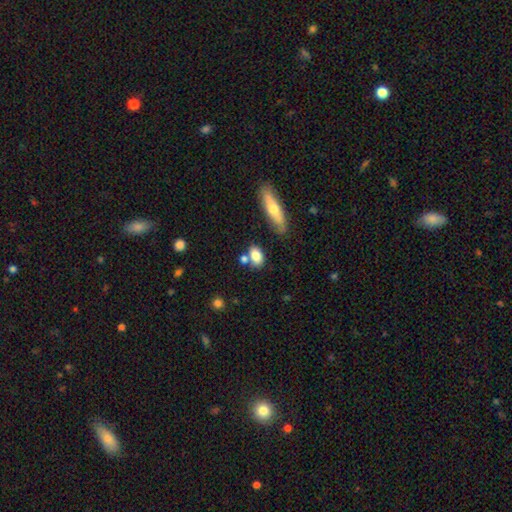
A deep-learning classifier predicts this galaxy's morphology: This is clearly a smooth galaxy (81%). How rounded: likely in between (79%). Merging: likely none (61%).